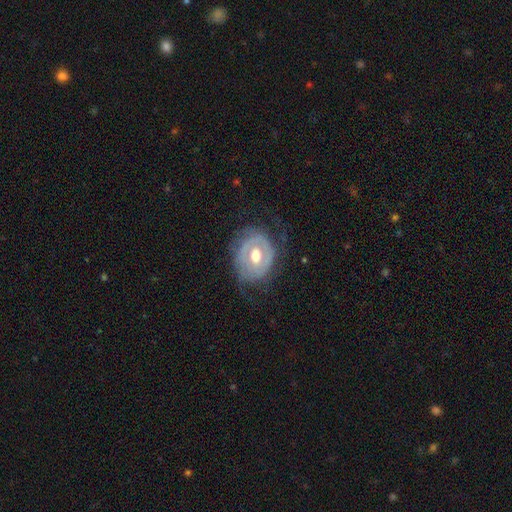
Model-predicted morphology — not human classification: smooth_or_featured: featured or disk (p=0.73) [alt: smooth p=0.22]
disk_edge_on: no (p=0.96) [alt: yes p=0.04]
bar: no (p=0.46) [alt: weak p=0.37]
has_spiral_arms: yes (p=0.54) [alt: no p=0.46]
bulge_size: moderate (p=0.76) [alt: large p=0.12]
merging: none (p=0.64) [alt: minor disturbance p=0.23]